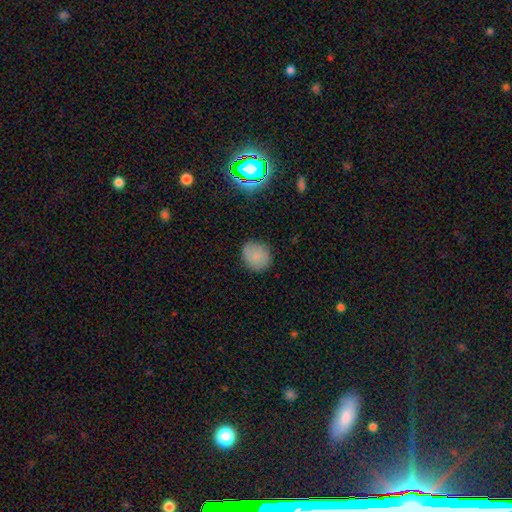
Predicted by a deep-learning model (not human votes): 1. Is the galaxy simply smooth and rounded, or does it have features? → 81% smooth, 11% star or artifact, 8% featured or disk.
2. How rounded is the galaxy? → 78% round, 21% in between, 1% cigar-shaped.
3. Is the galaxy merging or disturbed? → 83% none, 13% minor disturbance, 3% major disturbance, 1% merger.